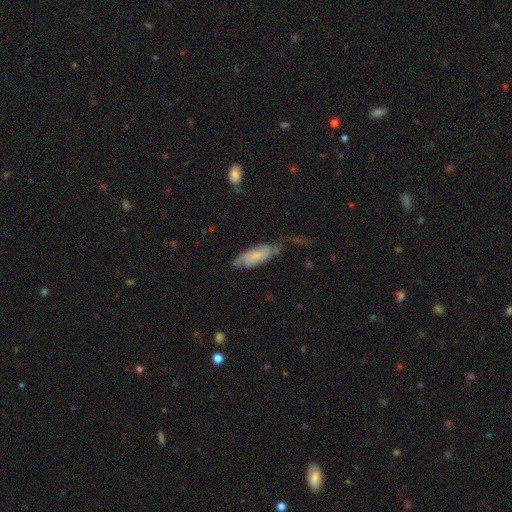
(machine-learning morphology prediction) This is possibly a featured or disk galaxy (48%). Merging: marginally none (42%).